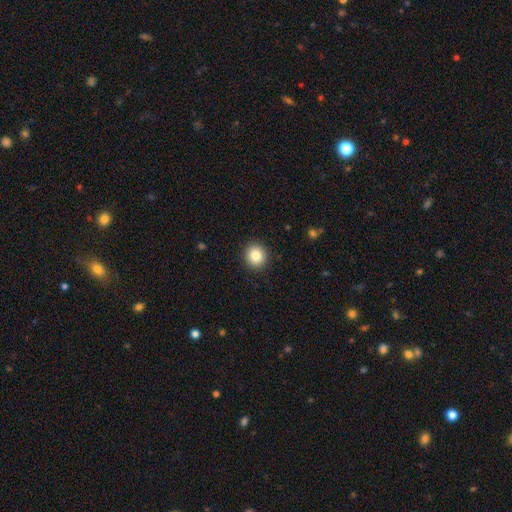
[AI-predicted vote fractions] Overall: smooth (84%). How rounded: round (87%). Merging: none (92%).